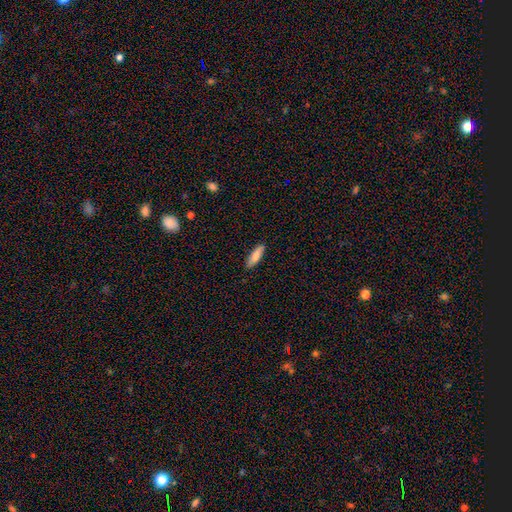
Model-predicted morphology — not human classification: A smooth galaxy with no disk features (77%) that is cigar-shaped (50%). Merging: none (86%).